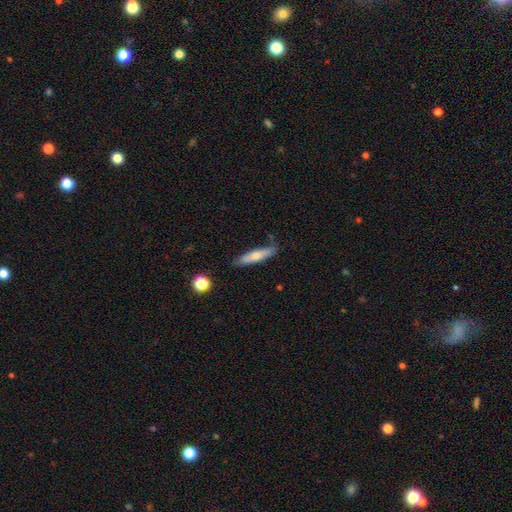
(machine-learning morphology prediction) Q: Smooth or featured?
A: smooth (63%); runner-up: featured or disk (30%)
Q: How rounded?
A: cigar-shaped (80%); runner-up: in between (18%)
Q: Merging?
A: none (79%); runner-up: minor disturbance (16%)